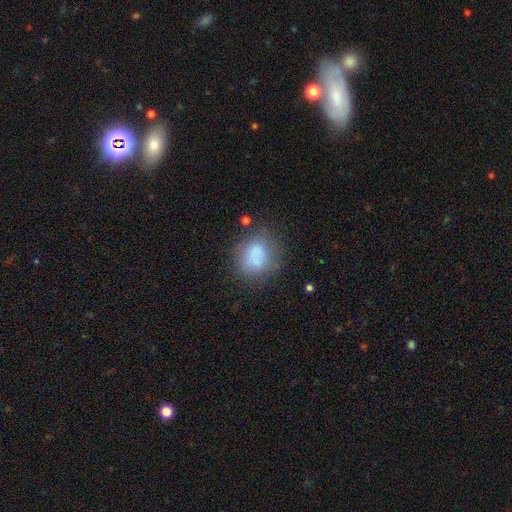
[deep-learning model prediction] Overall: smooth (79%). How rounded: round (62%; in between 37%). Merging: none (63%).